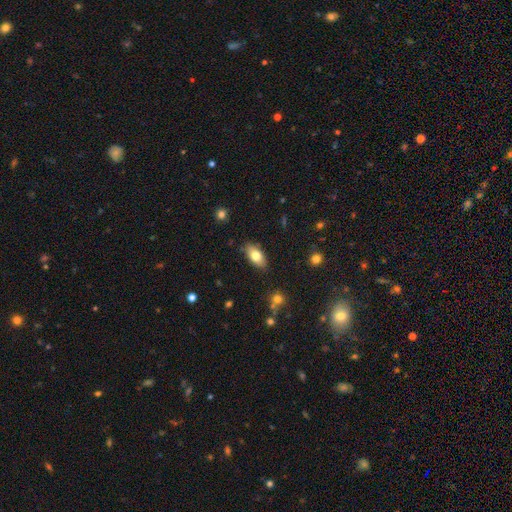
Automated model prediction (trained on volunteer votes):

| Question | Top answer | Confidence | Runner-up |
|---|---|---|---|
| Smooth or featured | smooth | 77% | featured or disk (16%) |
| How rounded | in between | 90% | cigar-shaped (7%) |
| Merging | none | 84% | minor disturbance (12%) |